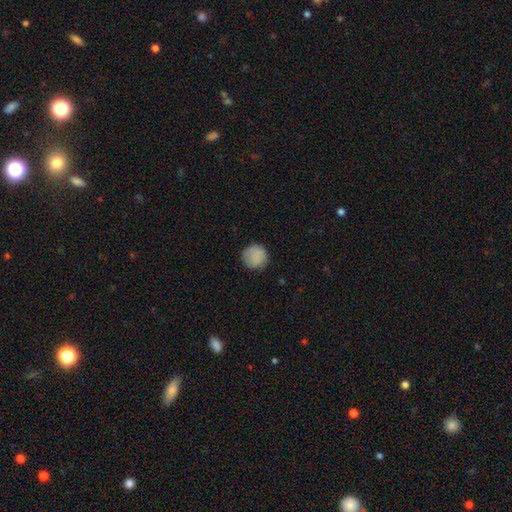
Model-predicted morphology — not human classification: Smooth or featured: smooth — 86% (star or artifact — 8%)
How rounded: round — 93% (in between — 6%)
Merging: none — 83% (minor disturbance — 13%)